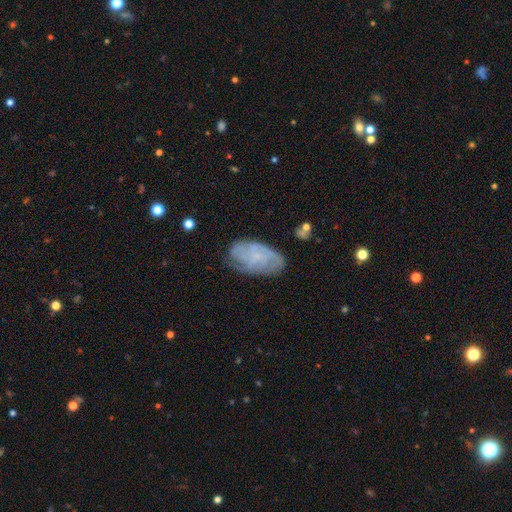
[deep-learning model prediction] smooth_or_featured: featured or disk (p=0.64) [alt: smooth p=0.27]
disk_edge_on: no (p=0.96) [alt: yes p=0.04]
bar: no (p=0.72) [alt: weak p=0.23]
has_spiral_arms: yes (p=0.86) [alt: no p=0.14]
spiral_winding: tight (p=0.56) [alt: medium p=0.32]
spiral_arm_count: can't tell (p=0.45) [alt: 3 p=0.17]
bulge_size: small (p=0.57) [alt: none p=0.32]
merging: none (p=0.68) [alt: minor disturbance p=0.22]